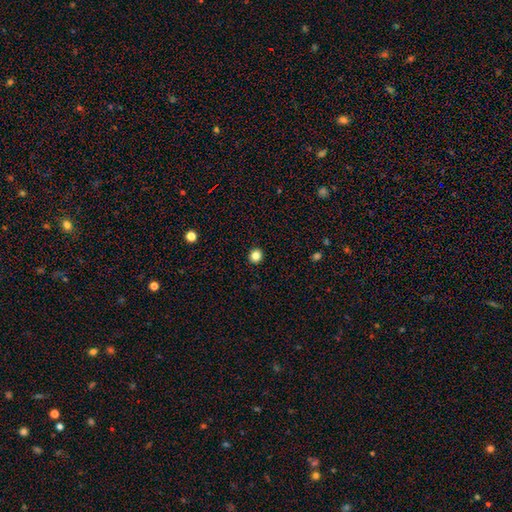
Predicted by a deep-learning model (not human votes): A smooth galaxy with no disk features (84%) that is round (88%). Merging: none (93%).